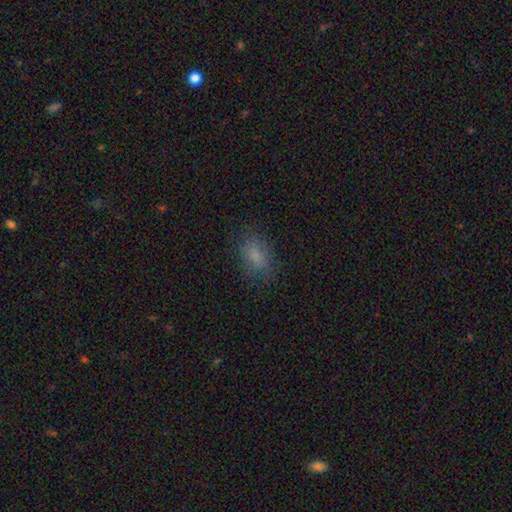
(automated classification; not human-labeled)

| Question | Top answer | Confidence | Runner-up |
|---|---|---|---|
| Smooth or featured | smooth | 79% | star or artifact (12%) |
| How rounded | in between | 83% | round (15%) |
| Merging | none | 77% | minor disturbance (16%) |